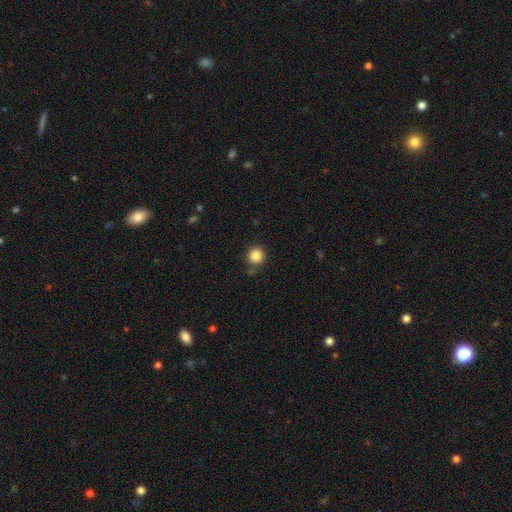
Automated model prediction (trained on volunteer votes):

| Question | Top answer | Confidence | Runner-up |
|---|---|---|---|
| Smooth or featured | smooth | 85% | star or artifact (11%) |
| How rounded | round | 94% | in between (5%) |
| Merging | none | 84% | minor disturbance (9%) |